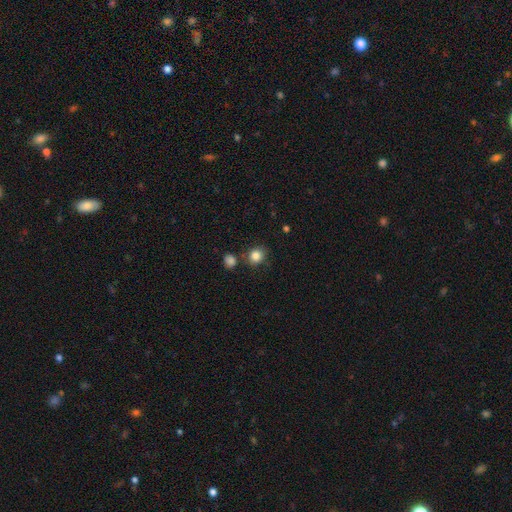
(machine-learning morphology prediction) smooth-or-featured: smooth: 85% | star or artifact: 10% | featured or disk: 5%
  how-rounded: round: 78% | in between: 22% | cigar-shaped: 1%
  merging: none: 77% | minor disturbance: 11% | merger: 9% | major disturbance: 3%